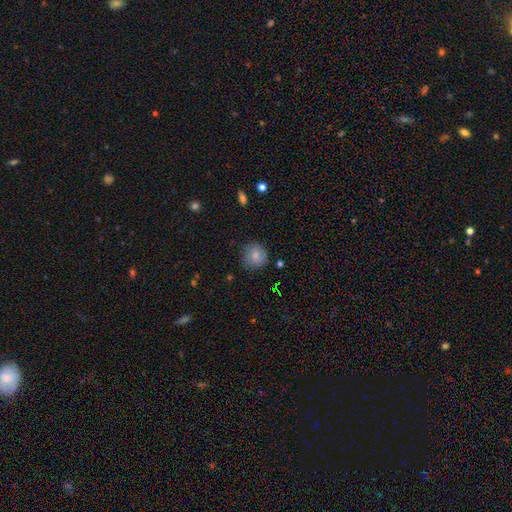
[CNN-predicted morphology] smooth_or_featured: smooth (p=0.80) [alt: featured or disk p=0.10]
how_rounded: round (p=0.89) [alt: in between p=0.10]
merging: none (p=0.81) [alt: minor disturbance p=0.14]